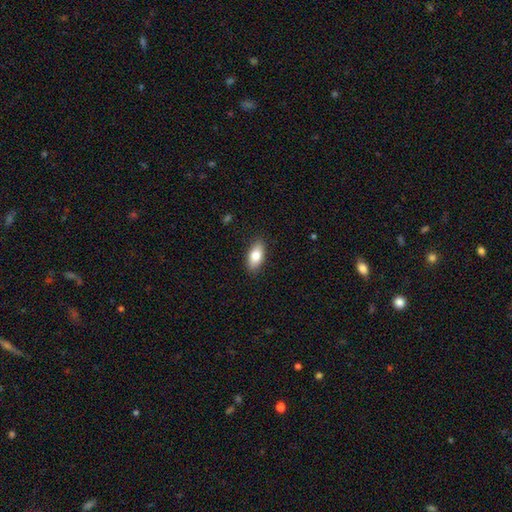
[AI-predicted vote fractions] This appears to be a smooth galaxy with no disk features (80%) that is in between round and cigar-shaped (89%). Merging: none (88%).